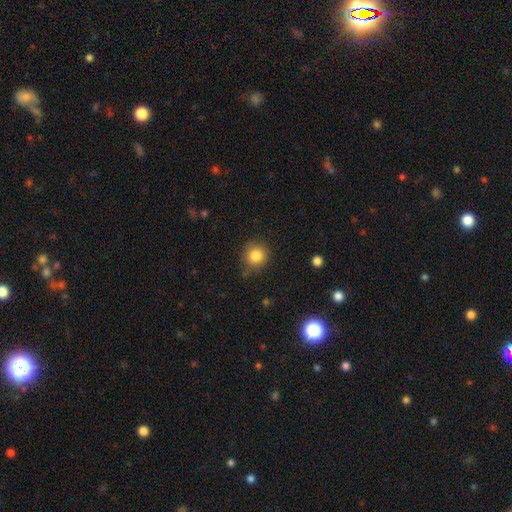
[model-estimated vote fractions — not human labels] Q: Smooth or featured?
A: smooth (84%); runner-up: star or artifact (10%)
Q: How rounded?
A: round (88%); runner-up: in between (11%)
Q: Merging?
A: none (82%); runner-up: minor disturbance (13%)